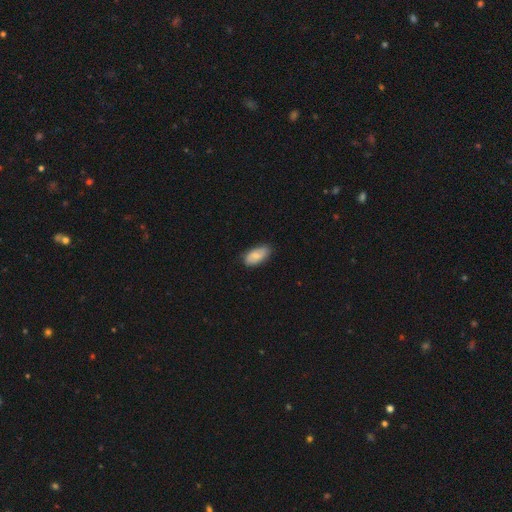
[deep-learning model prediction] Q: Smooth or featured?
A: smooth (76%); runner-up: featured or disk (17%)
Q: How rounded?
A: in between (92%); runner-up: cigar-shaped (5%)
Q: Merging?
A: none (76%); runner-up: minor disturbance (20%)